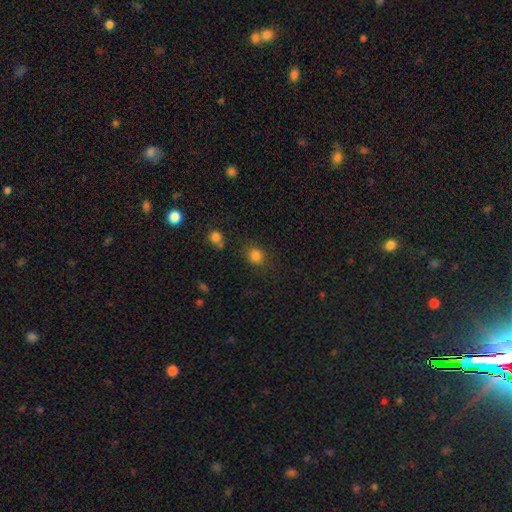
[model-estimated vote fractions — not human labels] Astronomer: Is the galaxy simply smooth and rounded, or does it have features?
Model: smooth — 82%.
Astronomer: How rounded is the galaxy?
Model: round — 75%.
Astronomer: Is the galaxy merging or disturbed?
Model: none — 78%.